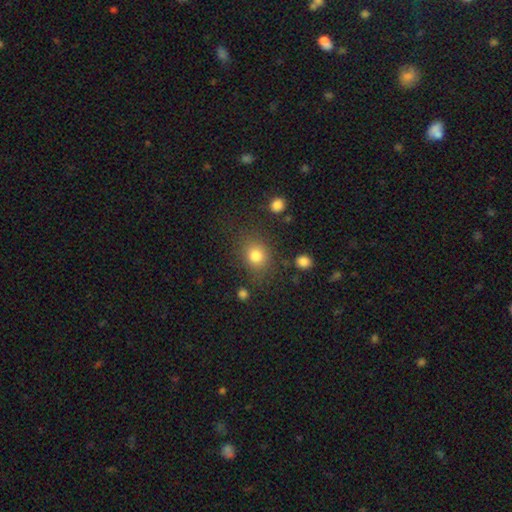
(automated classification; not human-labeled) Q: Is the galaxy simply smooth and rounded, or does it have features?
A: smooth — 81%.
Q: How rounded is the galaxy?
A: round — 66%.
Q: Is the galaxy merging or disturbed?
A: none — 78%.